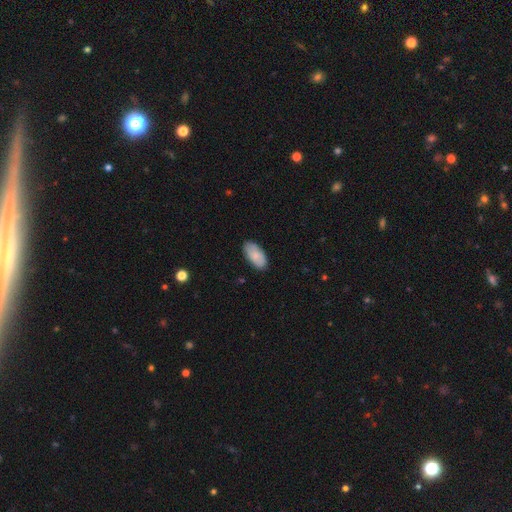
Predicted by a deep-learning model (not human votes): A smooth galaxy with no disk features (83%) that is in between round and cigar-shaped (95%). Merging: none (84%).